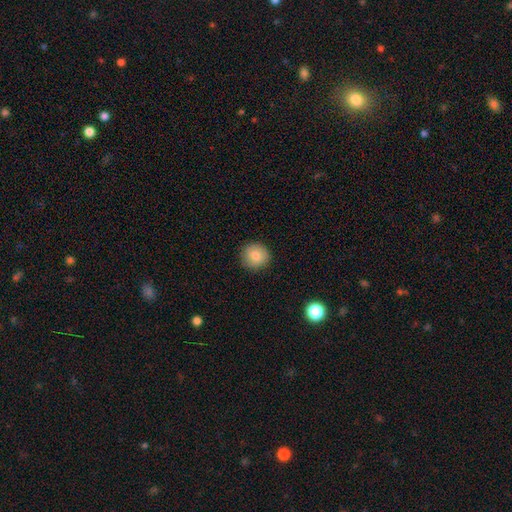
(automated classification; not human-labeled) smooth-or-featured: smooth: 84% | star or artifact: 8% | featured or disk: 8%
  how-rounded: round: 91% | in between: 8% | cigar-shaped: 1%
  merging: none: 89% | minor disturbance: 8% | major disturbance: 2% | merger: 1%